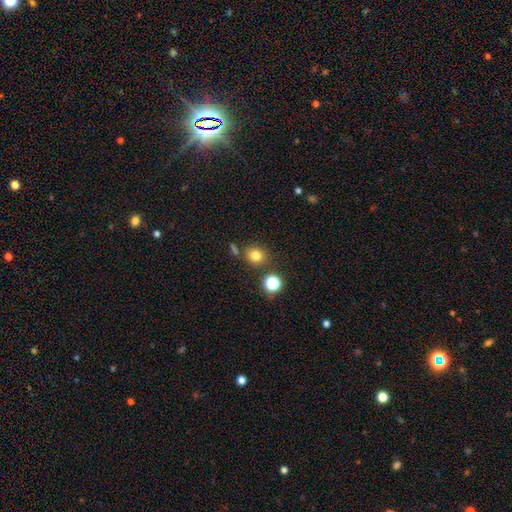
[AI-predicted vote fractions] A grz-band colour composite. It shows a smooth galaxy with no disk features (78%) that is round (84%). Merging: none (80%).